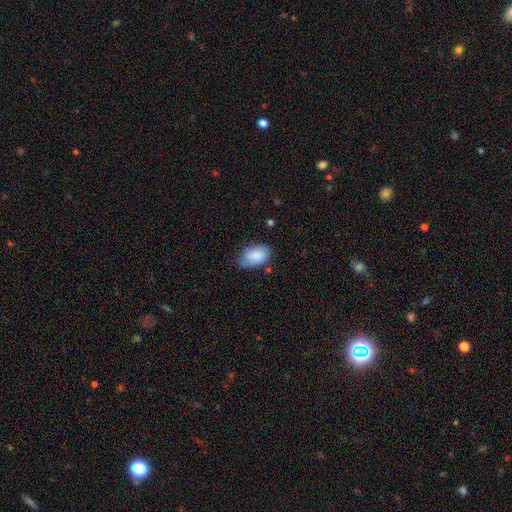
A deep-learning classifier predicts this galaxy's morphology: Q: Smooth or featured?
A: smooth (84%); runner-up: featured or disk (9%)
Q: How rounded?
A: in between (93%); runner-up: round (6%)
Q: Merging?
A: none (67%); runner-up: minor disturbance (26%)